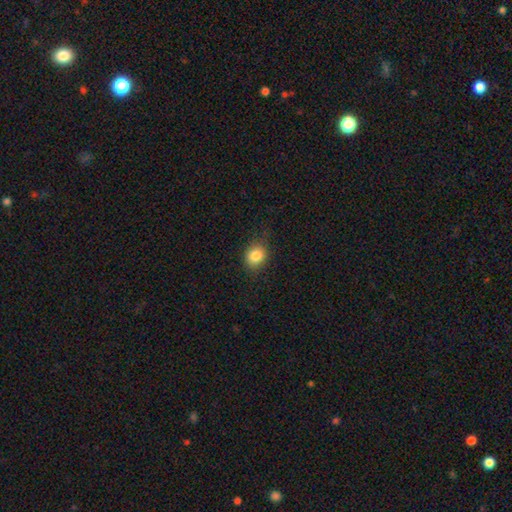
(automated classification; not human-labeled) Overall: smooth (84%). How rounded: round (59%; in between 39%). Merging: none (80%).